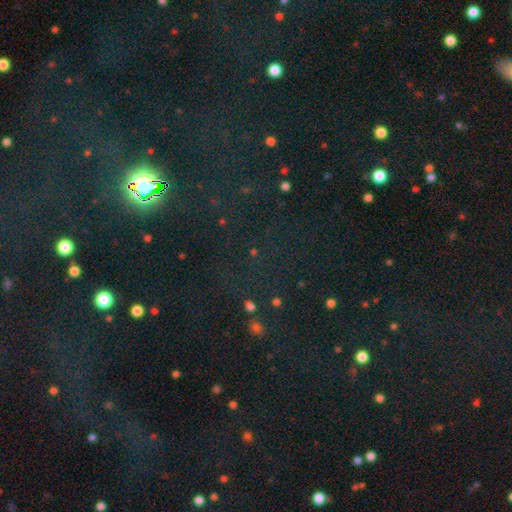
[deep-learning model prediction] This is likely a star or artifact rather than a galaxy (73%).